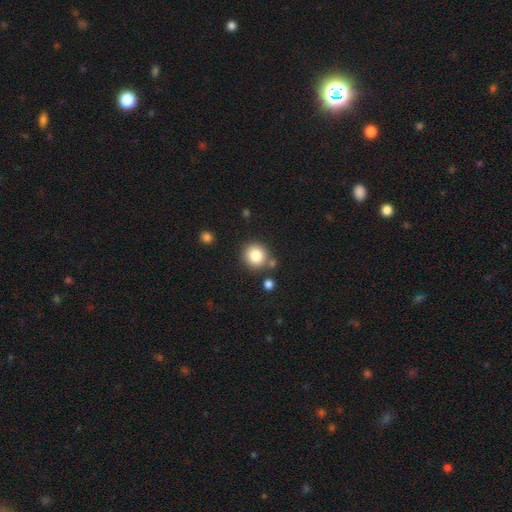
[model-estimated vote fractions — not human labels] Smooth or featured: smooth — 84% (star or artifact — 10%)
How rounded: round — 90% (in between — 9%)
Merging: none — 78% (merger — 9%)